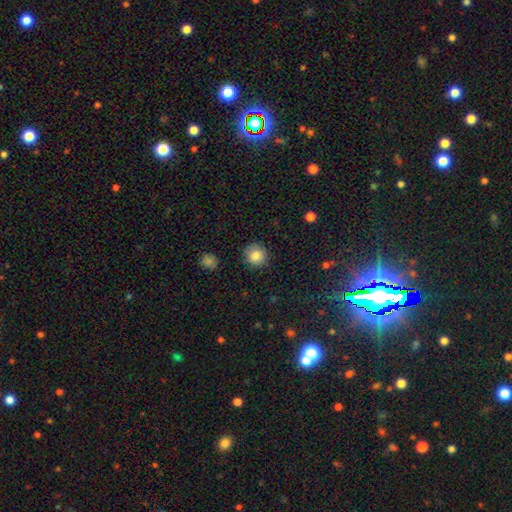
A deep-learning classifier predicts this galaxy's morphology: This is clearly a smooth galaxy (86%). How rounded: clearly round (91%). Merging: clearly none (86%).